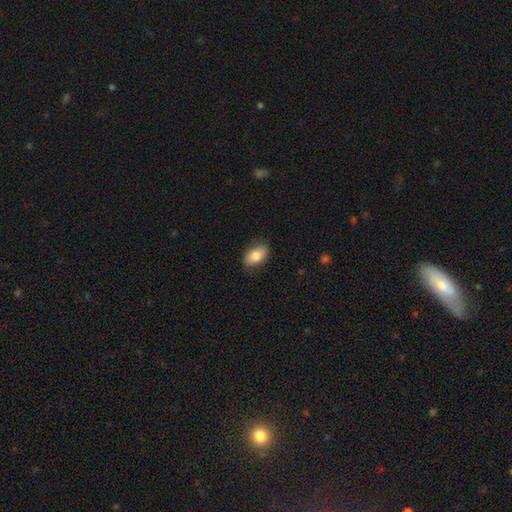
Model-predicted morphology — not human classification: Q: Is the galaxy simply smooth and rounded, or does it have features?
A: smooth — 81%.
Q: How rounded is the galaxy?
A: in between — 89%.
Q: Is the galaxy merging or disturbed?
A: none — 82%.